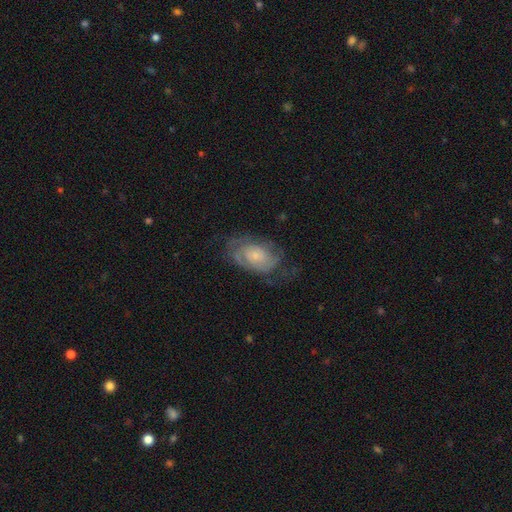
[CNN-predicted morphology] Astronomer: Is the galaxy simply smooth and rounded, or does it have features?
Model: featured or disk — 65%.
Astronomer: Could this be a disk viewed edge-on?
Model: no — 96%.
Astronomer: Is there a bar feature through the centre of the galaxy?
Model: no — 77%.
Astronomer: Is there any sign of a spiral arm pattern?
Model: yes — 81%.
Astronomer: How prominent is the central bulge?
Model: small — 61%.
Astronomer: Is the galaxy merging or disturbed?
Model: none — 57%.